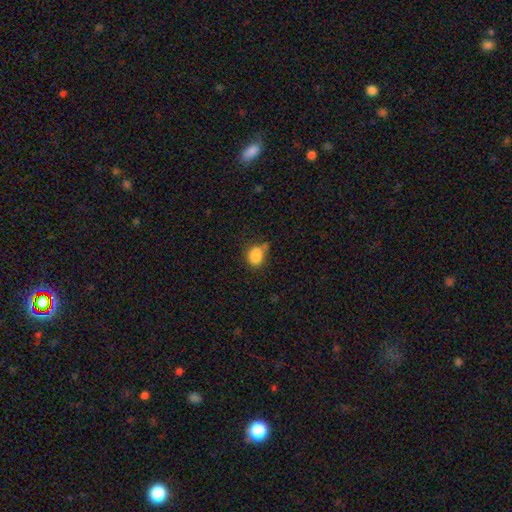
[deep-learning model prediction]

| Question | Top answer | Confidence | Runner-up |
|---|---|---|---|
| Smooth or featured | smooth | 85% | star or artifact (10%) |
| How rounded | in between | 57% | round (41%) |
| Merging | none | 52% | minor disturbance (28%) |